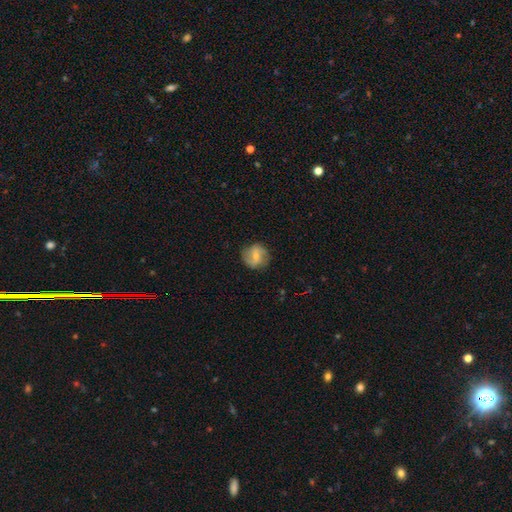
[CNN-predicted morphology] smooth-or-featured: smooth: 48% | featured or disk: 44% | star or artifact: 8%
  merging: none: 81% | minor disturbance: 13% | major disturbance: 4% | merger: 1%